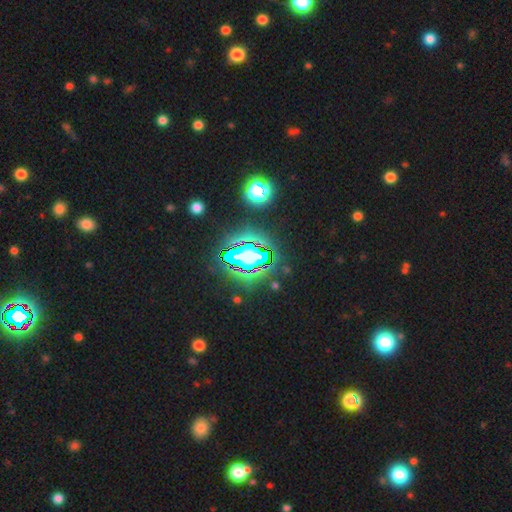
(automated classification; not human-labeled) smooth-or-featured: star or artifact: 64% | smooth: 20% | featured or disk: 16%